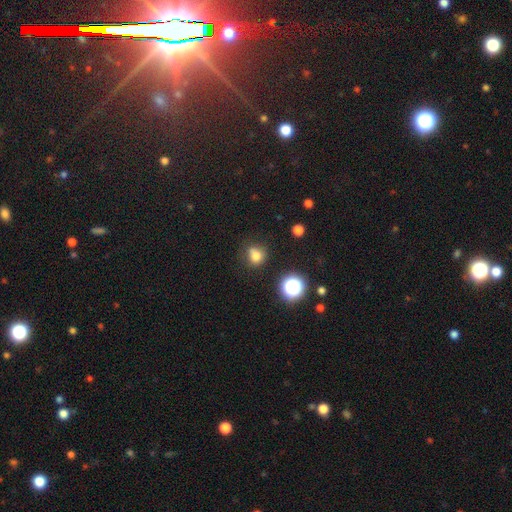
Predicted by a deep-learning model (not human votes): Morphology: type=smooth (76%); roundness=round (74%); merging=none (66%).